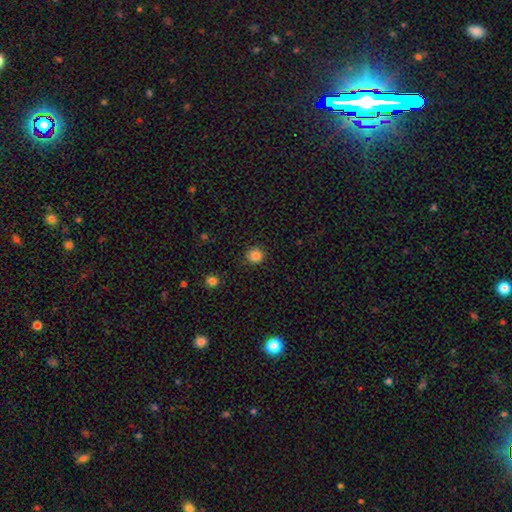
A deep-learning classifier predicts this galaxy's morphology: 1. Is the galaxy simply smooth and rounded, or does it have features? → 85% smooth, 11% star or artifact, 4% featured or disk.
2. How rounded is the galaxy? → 93% round, 6% in between, 1% cigar-shaped.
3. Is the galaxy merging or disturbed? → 91% none, 6% minor disturbance, 2% major disturbance, 1% merger.